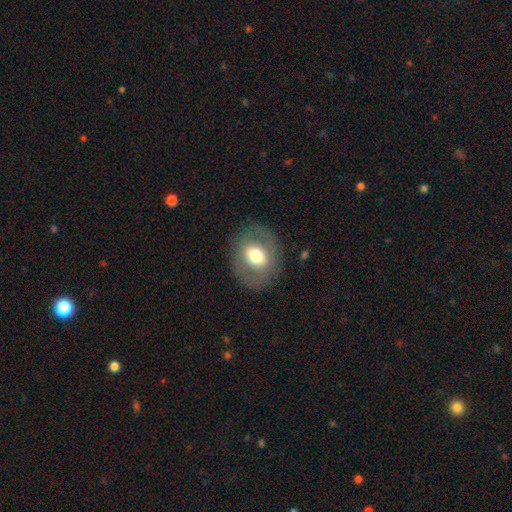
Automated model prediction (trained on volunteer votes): Overall: smooth (54%; featured or disk 38%). How rounded: round (58%; in between 41%). Merging: none (81%).